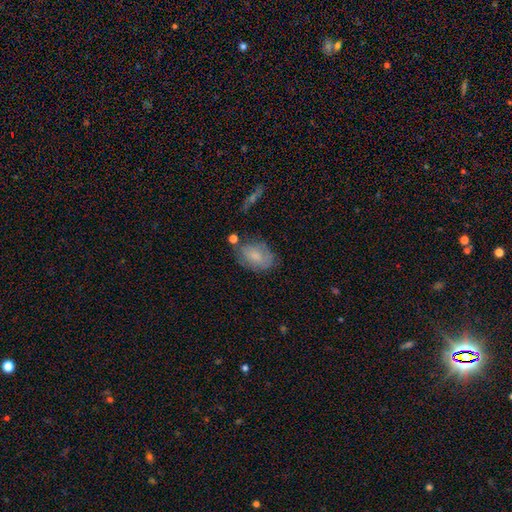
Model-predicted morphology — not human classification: This appears to be a smooth galaxy with no disk features (66%) that is in between round and cigar-shaped (83%). Merging: none (59%).